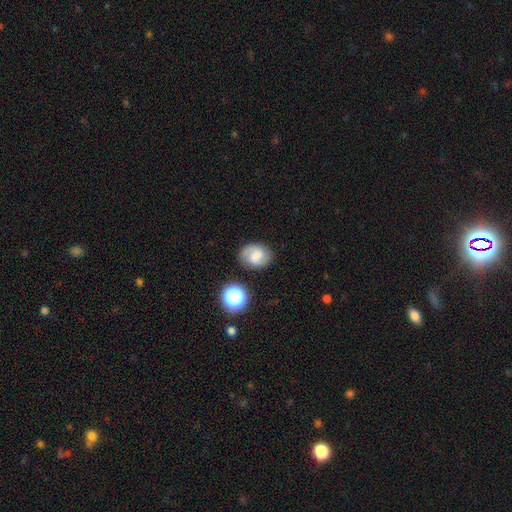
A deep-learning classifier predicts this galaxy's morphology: Q: Smooth or featured?
A: smooth (48%); runner-up: featured or disk (42%)
Q: Merging?
A: none (75%); runner-up: minor disturbance (16%)